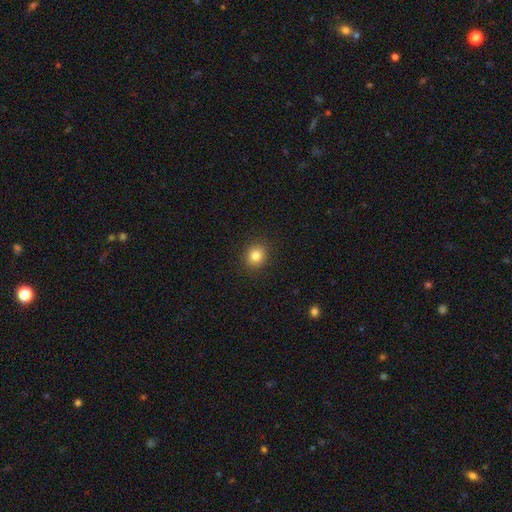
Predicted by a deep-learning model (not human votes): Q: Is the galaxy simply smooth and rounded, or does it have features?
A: smooth — 82%.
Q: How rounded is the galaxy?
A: round — 81%.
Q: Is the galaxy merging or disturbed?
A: none — 91%.